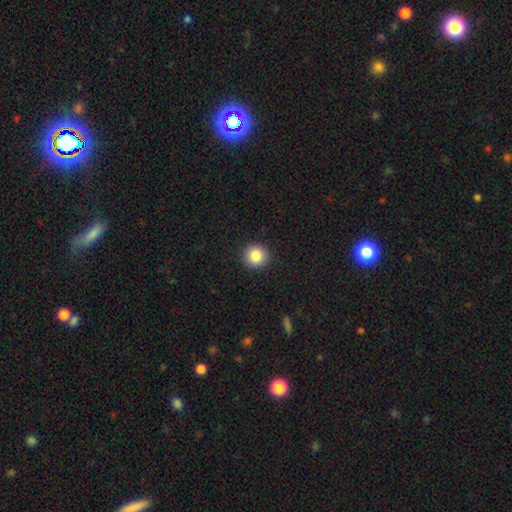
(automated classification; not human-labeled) Morphology: type=smooth (85%); roundness=round (94%); merging=none (92%).